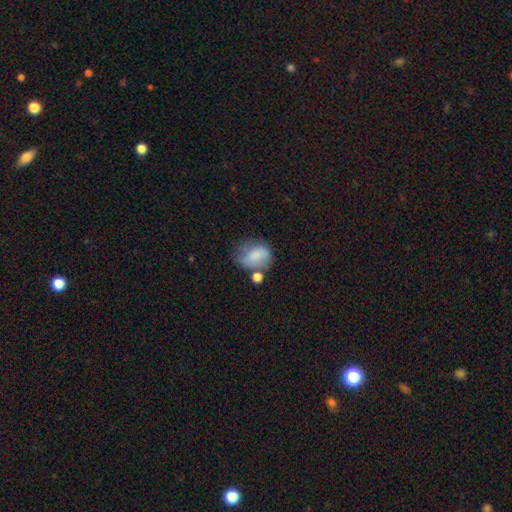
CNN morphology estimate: A smooth galaxy with no disk features (73%) that is in between round and cigar-shaped (61%).

Vote fractions:
- Smooth or featured? smooth: 73% / featured or disk: 18% / star or artifact: 9%
- How rounded? in between: 61% / round: 37% / cigar-shaped: 1%
- Merging? none: 37% / minor disturbance: 28% / major disturbance: 19% / merger: 16%